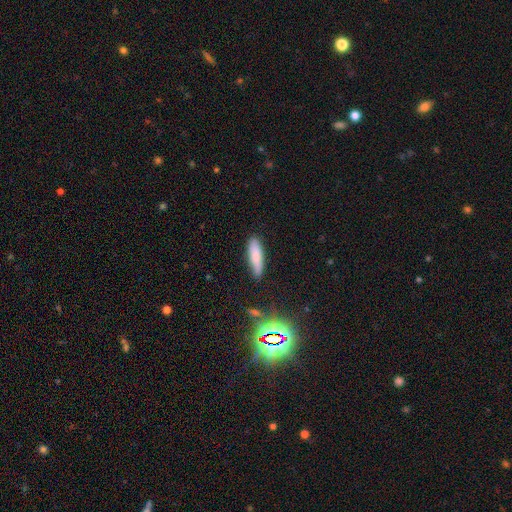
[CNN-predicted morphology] smooth_or_featured: smooth (p=0.82) [alt: featured or disk p=0.10]
how_rounded: cigar-shaped (p=0.62) [alt: in between p=0.36]
merging: none (p=0.82) [alt: minor disturbance p=0.14]